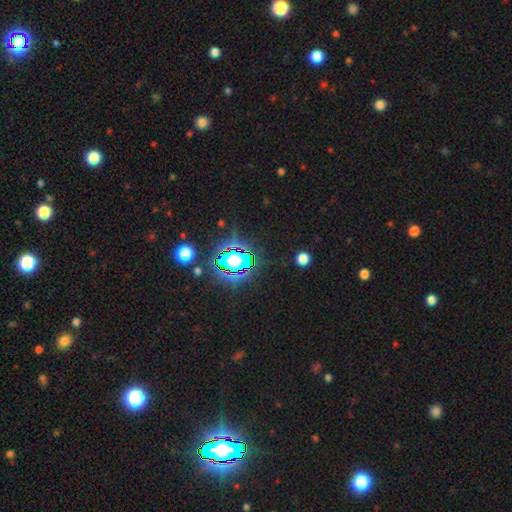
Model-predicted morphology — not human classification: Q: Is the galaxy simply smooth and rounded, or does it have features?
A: star or artifact — 82%.